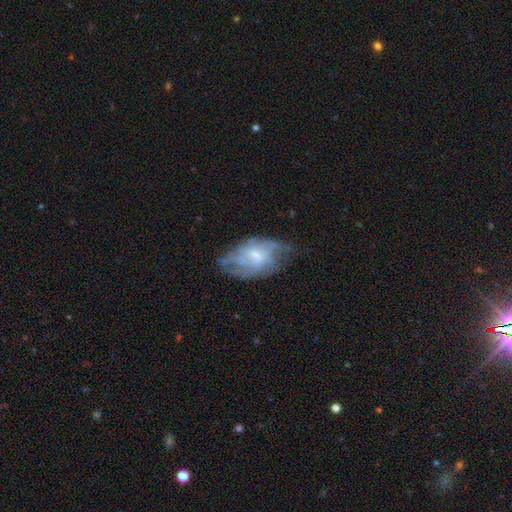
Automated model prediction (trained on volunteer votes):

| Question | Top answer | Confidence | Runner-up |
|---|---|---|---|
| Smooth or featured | featured or disk | 67% | smooth (25%) |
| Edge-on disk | no | 95% | yes (5%) |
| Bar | no | 61% | weak (34%) |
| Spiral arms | yes | 74% | no (26%) |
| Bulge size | small | 57% | moderate (33%) |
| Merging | none | 55% | minor disturbance (28%) |